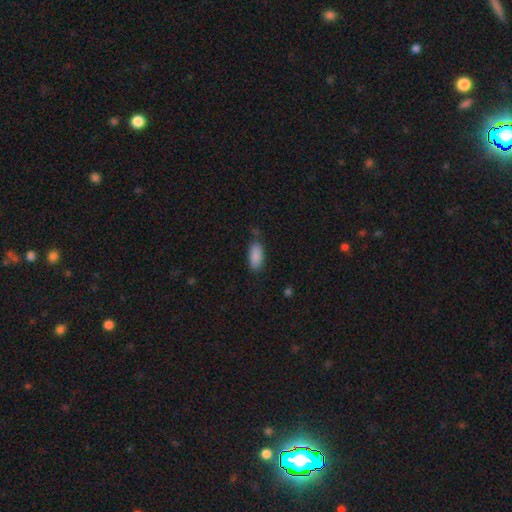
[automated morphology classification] smooth_or_featured: smooth (p=0.89) [alt: star or artifact p=0.06]
how_rounded: in between (p=0.86) [alt: cigar-shaped p=0.12]
merging: none (p=0.78) [alt: minor disturbance p=0.16]